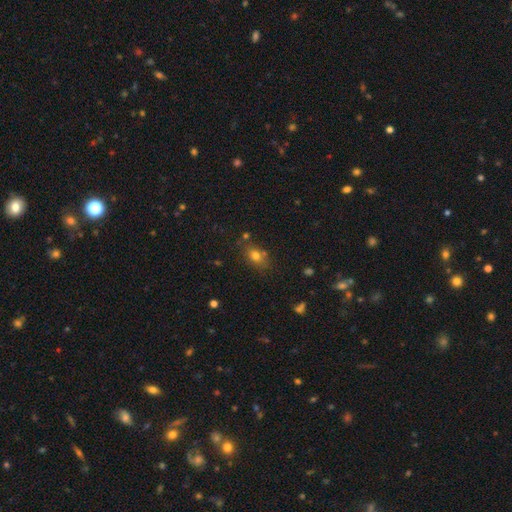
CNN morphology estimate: type=smooth (75%); roundness=in between (69%); merging=none (69%).